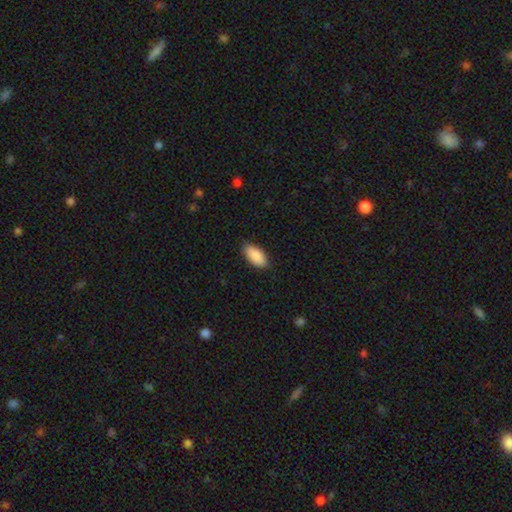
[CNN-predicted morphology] type=smooth (90%); roundness=in between (92%); merging=none (85%).